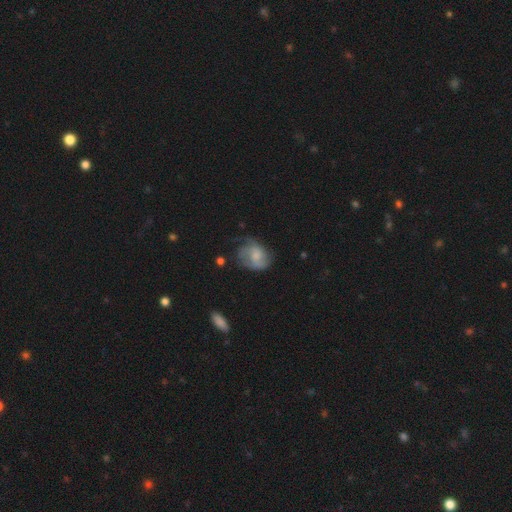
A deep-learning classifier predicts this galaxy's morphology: type=featured or disk (51%); edge-on=no (97%); merging=none (44%).